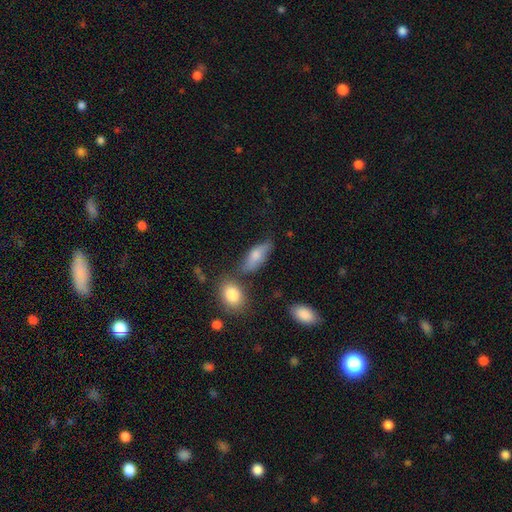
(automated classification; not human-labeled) Overall: smooth (68%). How rounded: in between (68%). Merging: none (65%).